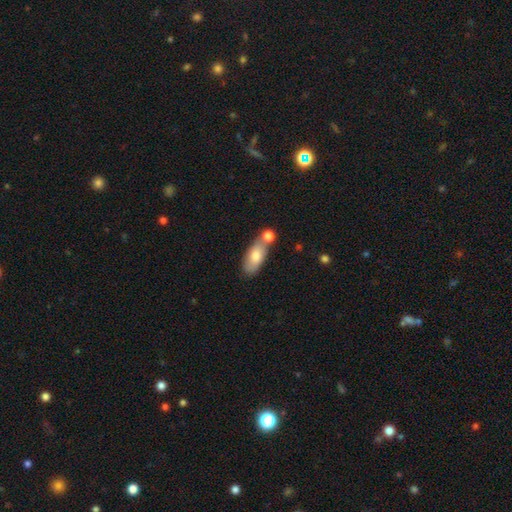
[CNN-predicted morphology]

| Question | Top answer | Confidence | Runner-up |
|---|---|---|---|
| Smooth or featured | smooth | 75% | featured or disk (19%) |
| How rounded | in between | 83% | cigar-shaped (12%) |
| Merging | none | 50% | merger (32%) |